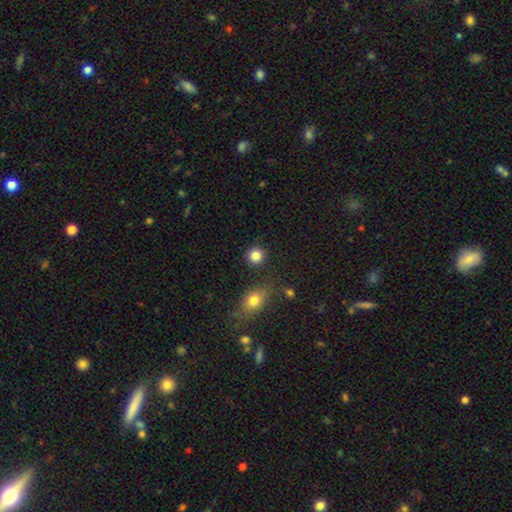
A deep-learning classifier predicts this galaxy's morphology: Smooth or featured?
  - smooth: 85% *
  - star or artifact: 10%
  - featured or disk: 5%
How rounded?
  - round: 88% *
  - in between: 11%
  - cigar-shaped: 1%
Merging?
  - none: 86% *
  - minor disturbance: 7%
  - merger: 4%
  - major disturbance: 3%